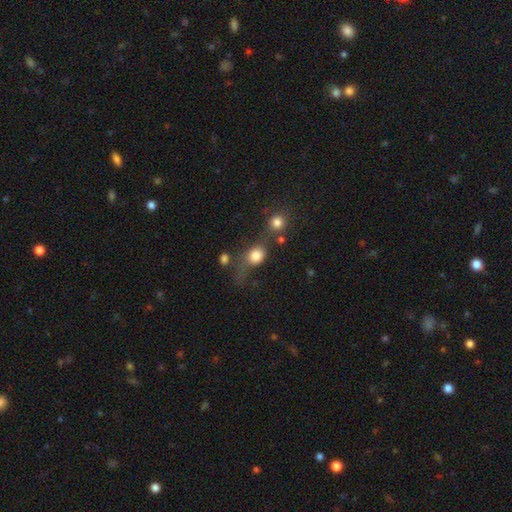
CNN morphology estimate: The model was most divided on "merging": none: 38%, merger: 25%, major disturbance: 19%, minor disturbance: 18%. More confident: smooth or featured — smooth (77%); how rounded — round (68%).